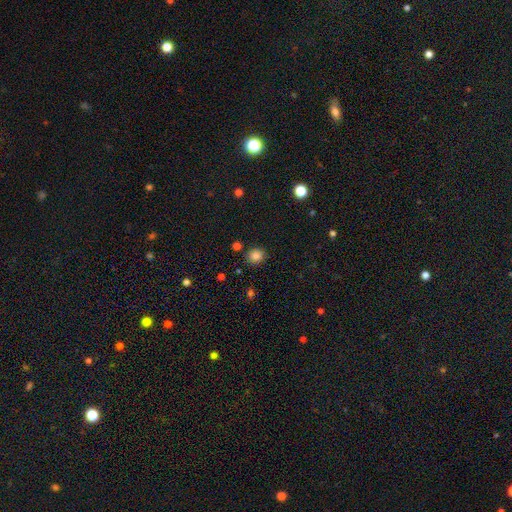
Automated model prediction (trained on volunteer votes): The model was most divided on "how rounded": round: 82%, in between: 17%, cigar-shaped: 1%. More confident: merging — none (84%); smooth or featured — smooth (82%).